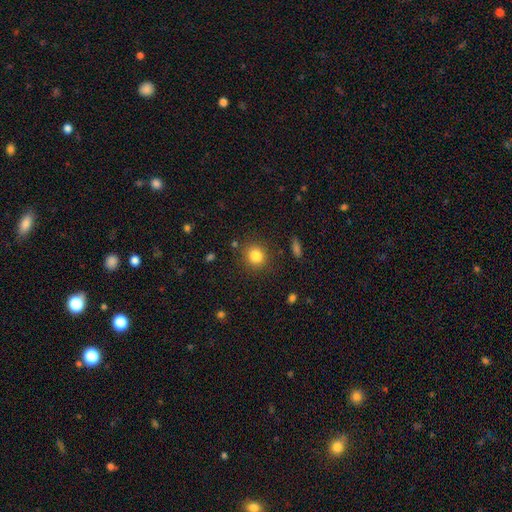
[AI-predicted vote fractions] smooth 83%, star or artifact 11%, featured or disk 6%. Down the decision tree: how rounded — round (84%); merging — none (86%).